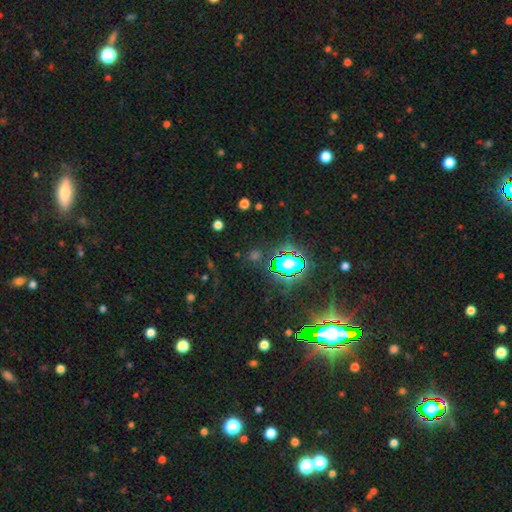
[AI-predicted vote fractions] star or artifact 69%, smooth 22%, featured or disk 8%.